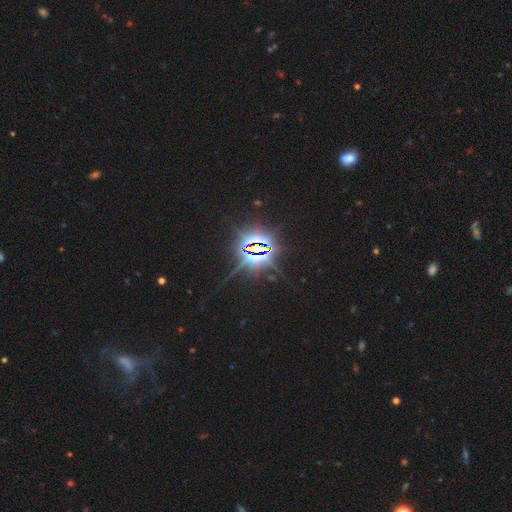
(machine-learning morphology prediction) smooth_or_featured: star or artifact (p=0.84) [alt: featured or disk p=0.08]